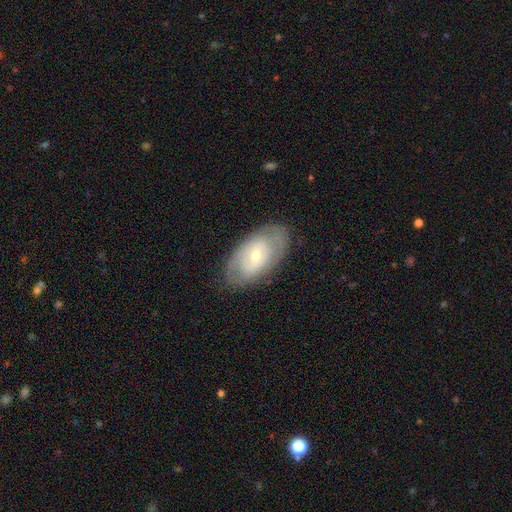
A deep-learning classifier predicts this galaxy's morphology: smooth_or_featured: featured or disk (p=0.61) [alt: smooth p=0.33]
disk_edge_on: no (p=0.91) [alt: yes p=0.09]
bar: no (p=0.57) [alt: weak p=0.32]
has_spiral_arms: yes (p=0.52) [alt: no p=0.48]
bulge_size: small (p=0.61) [alt: moderate p=0.36]
merging: none (p=0.80) [alt: minor disturbance p=0.14]